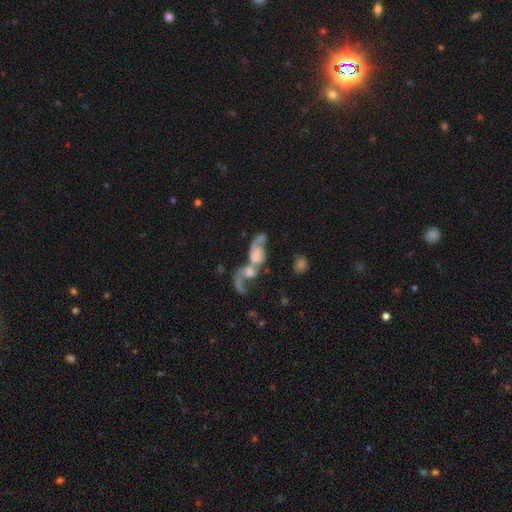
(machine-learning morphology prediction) Overall: featured or disk (55%; smooth 30%). Edge-on disk: no (90%). Merging: merger (68%).